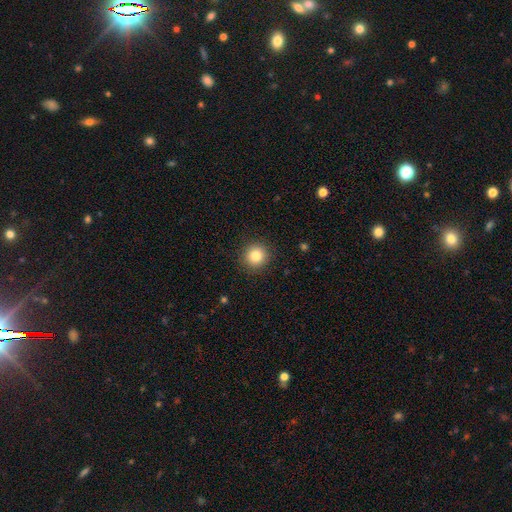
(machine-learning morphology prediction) Smooth or featured? smooth (83%)
How rounded? round (93%)
Merging? none (91%)